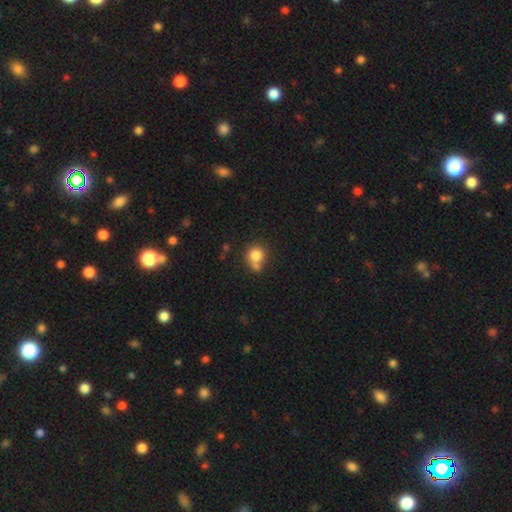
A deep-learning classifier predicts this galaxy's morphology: This appears to be a smooth galaxy with no disk features (80%) that is round (81%). Merging: none (46%).